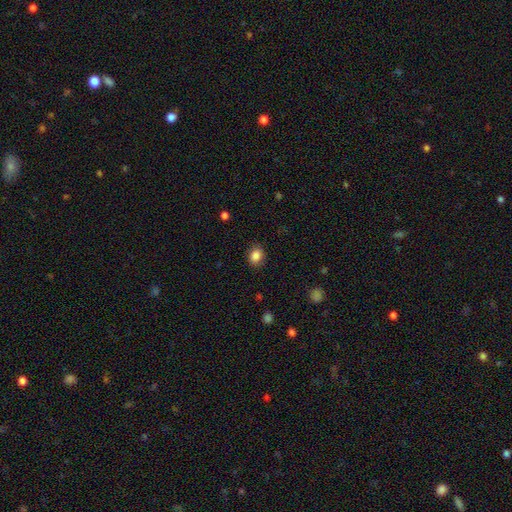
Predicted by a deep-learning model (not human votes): Smooth or featured? Predicted: smooth (p=0.86). How rounded? Predicted: in between (p=0.57). Merging? Predicted: none (p=0.85).